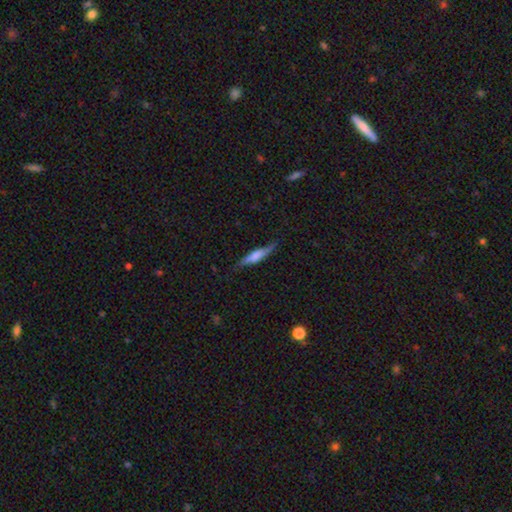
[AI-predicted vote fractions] Overall: smooth (47%, tied with featured or disk). Merging: none (77%).